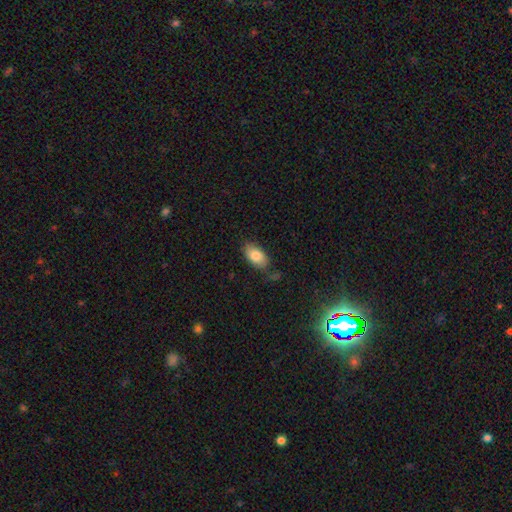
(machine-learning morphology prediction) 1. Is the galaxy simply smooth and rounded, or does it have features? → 83% smooth, 9% featured or disk, 7% star or artifact.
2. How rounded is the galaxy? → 93% in between, 4% round, 3% cigar-shaped.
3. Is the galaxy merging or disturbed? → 74% none, 18% minor disturbance, 4% major disturbance, 4% merger.